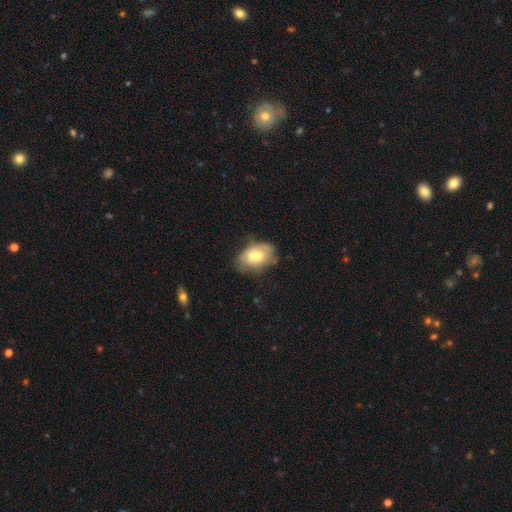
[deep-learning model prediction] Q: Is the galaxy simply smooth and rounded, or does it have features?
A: smooth — 63%.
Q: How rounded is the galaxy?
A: in between — 85%.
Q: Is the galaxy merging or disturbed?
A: none — 45%.